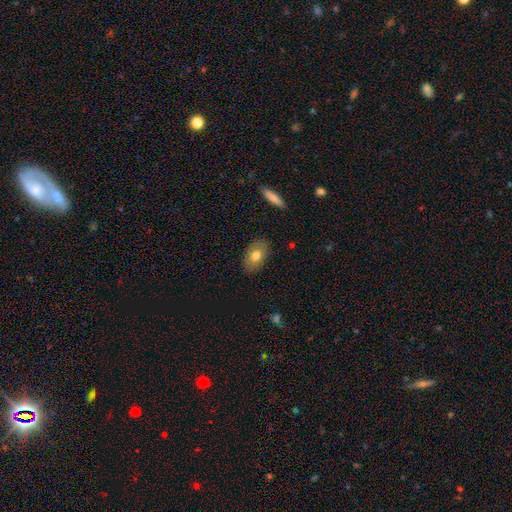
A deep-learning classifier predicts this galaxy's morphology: type=smooth (74%); roundness=in between (89%); merging=none (85%).